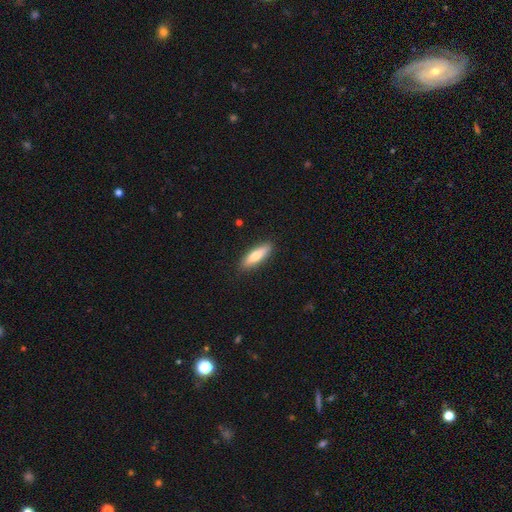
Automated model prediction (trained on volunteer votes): Morphology: type=smooth (73%); roundness=cigar-shaped (62%); merging=none (89%).